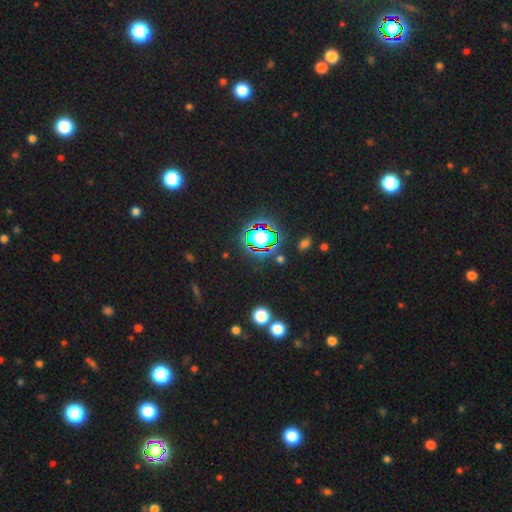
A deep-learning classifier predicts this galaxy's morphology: smooth_or_featured: star or artifact (p=0.81) [alt: smooth p=0.12]